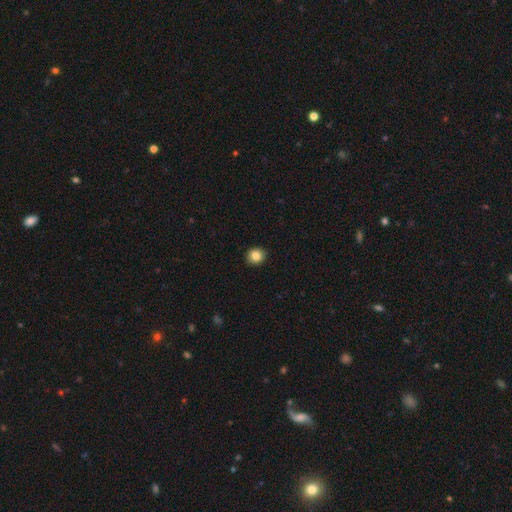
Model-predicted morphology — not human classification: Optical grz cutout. It shows a smooth galaxy with no disk features (84%) that is round (78%). Merging: none (91%).